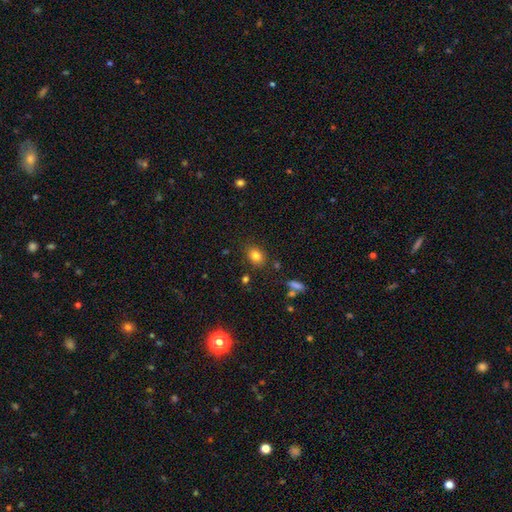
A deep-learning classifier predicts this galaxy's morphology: smooth-or-featured: smooth: 81% | star or artifact: 11% | featured or disk: 8%
  how-rounded: in between: 57% | round: 42% | cigar-shaped: 1%
  merging: none: 83% | minor disturbance: 11% | merger: 3% | major disturbance: 3%